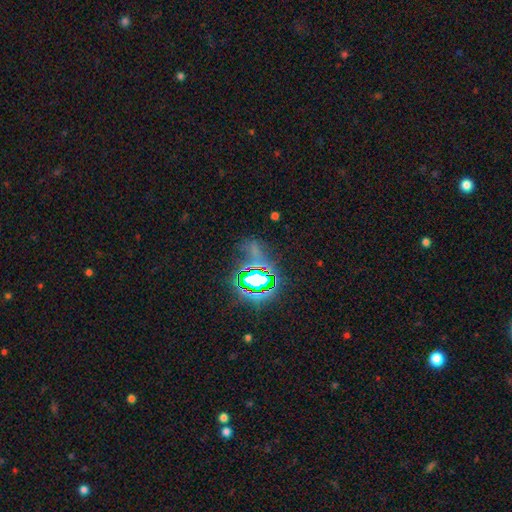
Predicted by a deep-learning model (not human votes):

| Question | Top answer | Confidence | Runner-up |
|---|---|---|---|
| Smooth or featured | star or artifact | 76% | smooth (14%) |